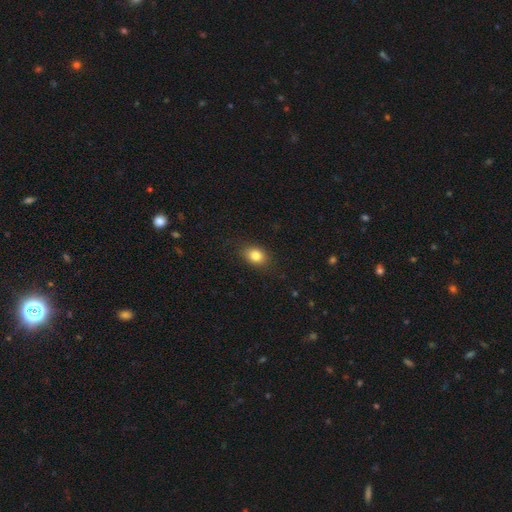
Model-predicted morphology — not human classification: type=smooth (83%); roundness=in between (66%); merging=none (86%).